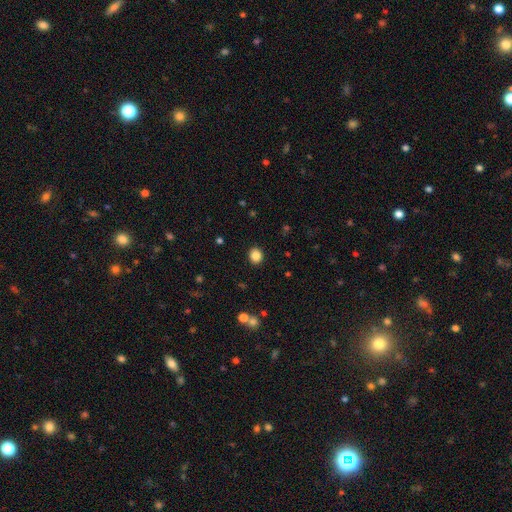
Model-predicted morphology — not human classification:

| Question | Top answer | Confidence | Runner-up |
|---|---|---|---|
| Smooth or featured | smooth | 85% | star or artifact (10%) |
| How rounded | round | 74% | in between (25%) |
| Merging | none | 91% | minor disturbance (6%) |